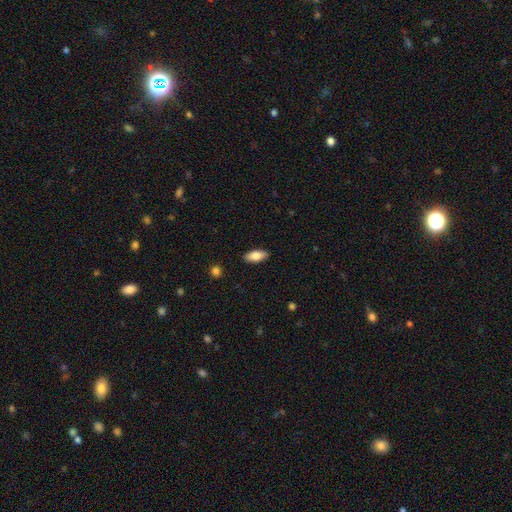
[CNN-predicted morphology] smooth_or_featured: smooth (p=0.81) [alt: featured or disk p=0.13]
how_rounded: in between (p=0.85) [alt: cigar-shaped p=0.13]
merging: none (p=0.89) [alt: minor disturbance p=0.08]